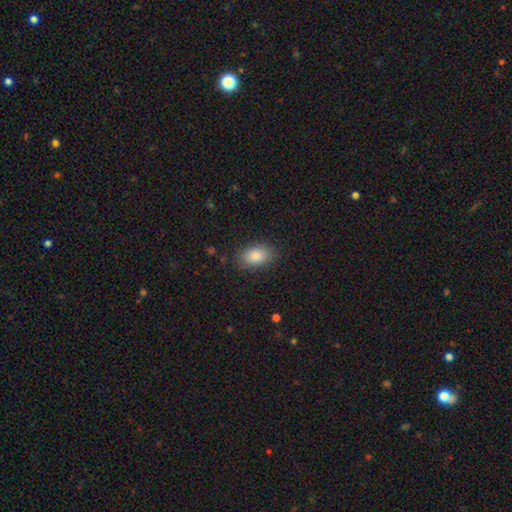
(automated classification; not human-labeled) Morphology: type=smooth (86%); roundness=in between (89%); merging=none (86%).